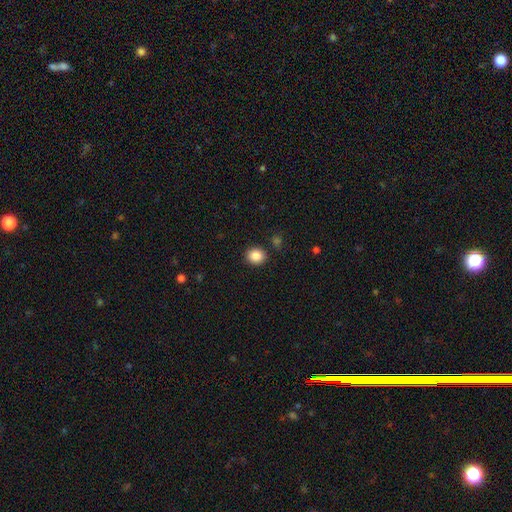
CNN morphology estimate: This is clearly a smooth galaxy (87%). How rounded: likely round (72%). Merging: clearly none (88%).